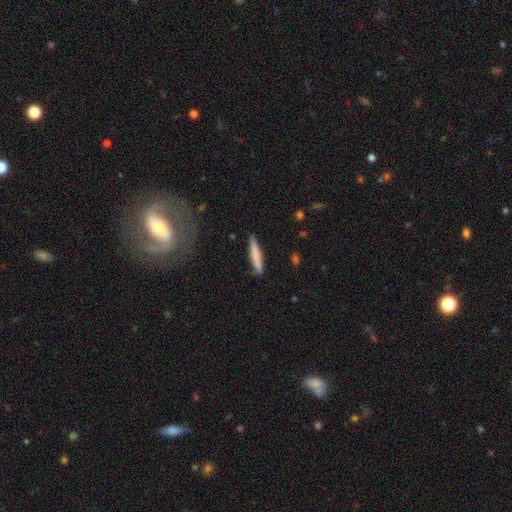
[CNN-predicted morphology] smooth_or_featured: smooth (p=0.71) [alt: featured or disk p=0.23]
how_rounded: cigar-shaped (p=0.93) [alt: in between p=0.05]
merging: none (p=0.84) [alt: minor disturbance p=0.12]